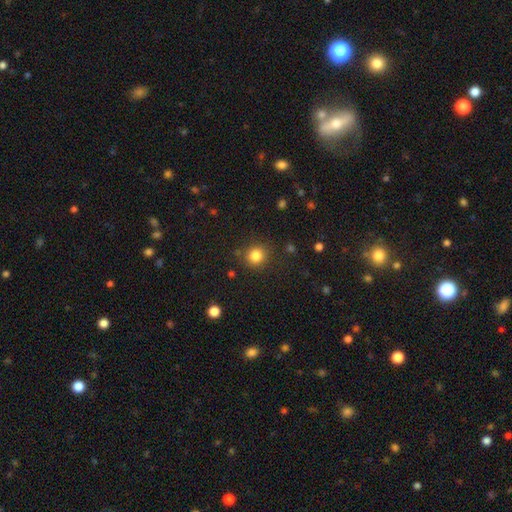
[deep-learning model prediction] This is clearly a smooth galaxy (83%). How rounded: clearly round (88%). Merging: clearly none (85%).